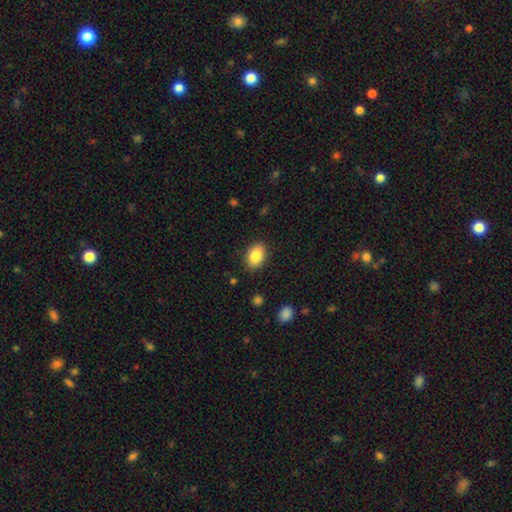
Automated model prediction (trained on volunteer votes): Smooth or featured? smooth (86%)
How rounded? in between (82%)
Merging? none (87%)